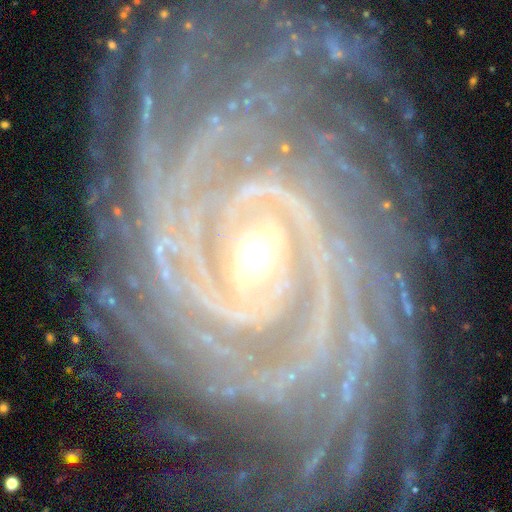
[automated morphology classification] The model was most divided on "spiral arm count" (2-way tie): can't tell: 19%, 2: 19%, more than 4: 17%, 3: 17%, 4: 16%, 1: 12%. Remaining: spiral arms — yes (98%); edge-on disk — no (97%); smooth or featured — featured or disk (93%); spiral winding — tight (80%); merging — none (73%); bulge size — moderate (55%); bar — no (41%).